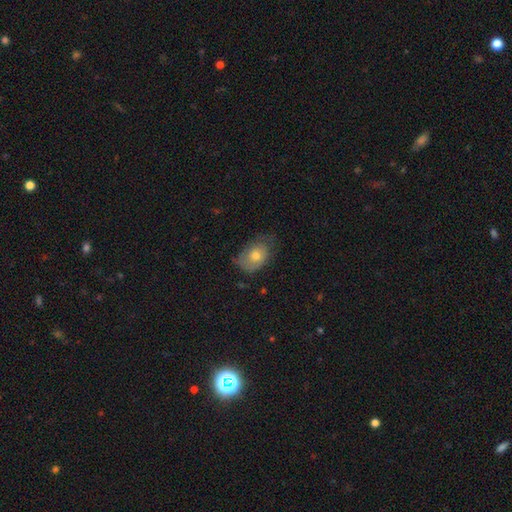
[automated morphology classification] smooth 65%, featured or disk 27%, star or artifact 8%. Down the decision tree: how rounded — in between (73%); merging — none (48%).